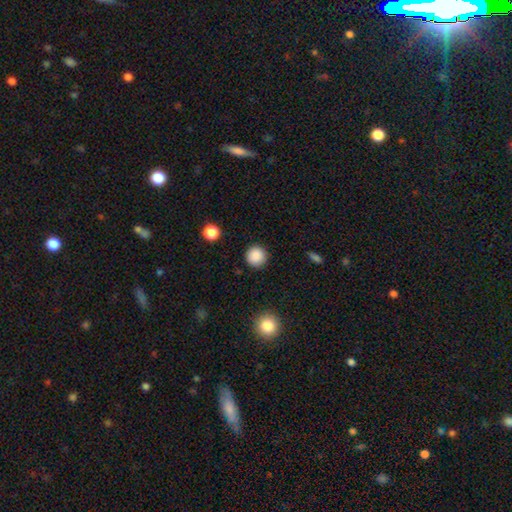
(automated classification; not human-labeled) Smooth or featured: smooth — 88% (star or artifact — 9%)
How rounded: round — 95% (in between — 4%)
Merging: none — 91% (minor disturbance — 6%)